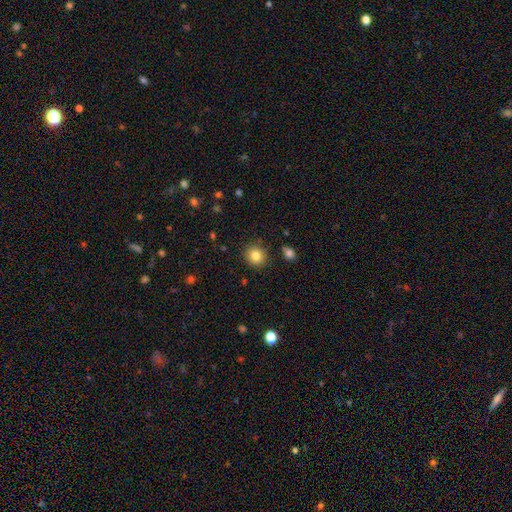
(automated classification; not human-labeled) This is clearly a smooth galaxy (83%). How rounded: clearly round (86%). Merging: clearly none (88%).